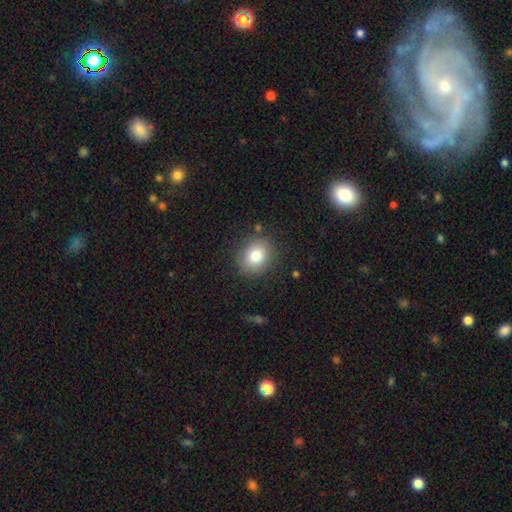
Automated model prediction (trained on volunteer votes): Smooth or featured? smooth (80%)
How rounded? round (65%)
Merging? none (85%)